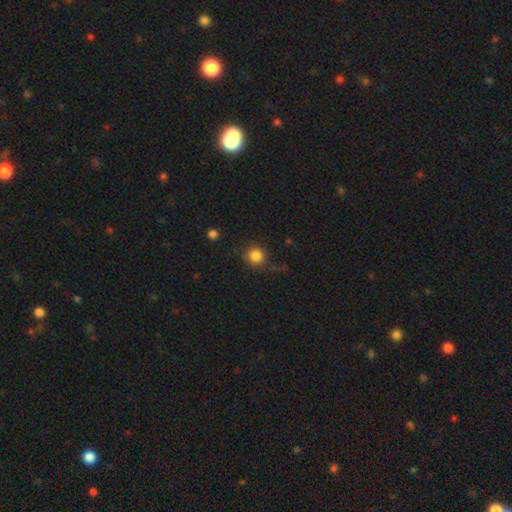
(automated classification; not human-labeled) smooth_or_featured: smooth (p=0.83) [alt: star or artifact p=0.11]
how_rounded: round (p=0.91) [alt: in between p=0.08]
merging: none (p=0.73) [alt: minor disturbance p=0.16]